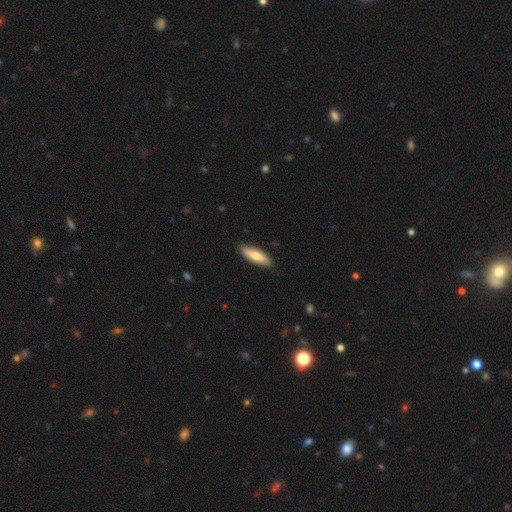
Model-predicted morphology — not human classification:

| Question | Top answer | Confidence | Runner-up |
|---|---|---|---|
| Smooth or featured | smooth | 65% | featured or disk (29%) |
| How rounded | cigar-shaped | 61% | in between (37%) |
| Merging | none | 89% | minor disturbance (9%) |